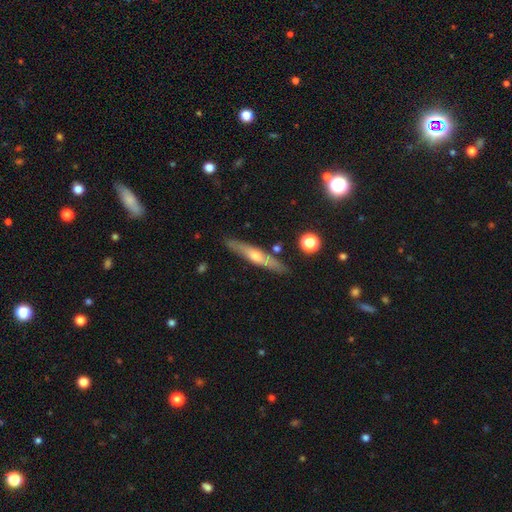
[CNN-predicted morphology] type=featured or disk (60%); edge-on=yes (92%); edge-on bulge=rounded (80%); merging=none (86%).